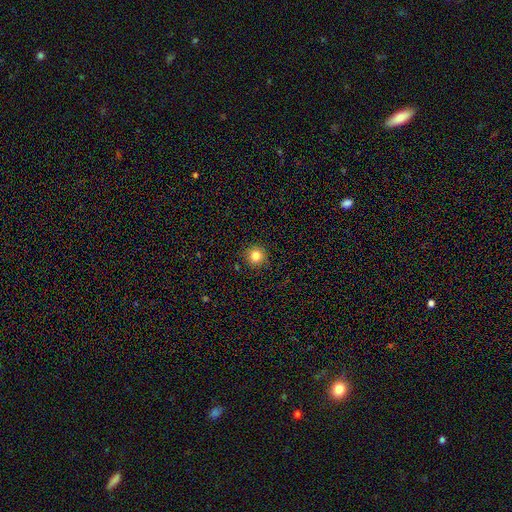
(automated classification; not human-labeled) A smooth galaxy with no disk features (83%) that is round (95%). Merging: none (90%).